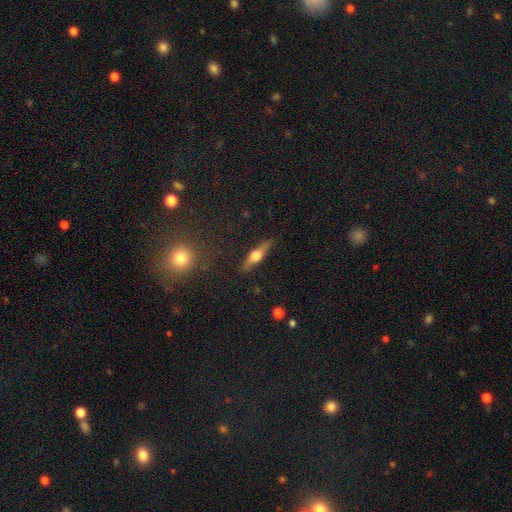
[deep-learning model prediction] A featured or disk galaxy (64%) viewed edge-on (95%) with a rounded central bulge (94%). Merging: none (88%).